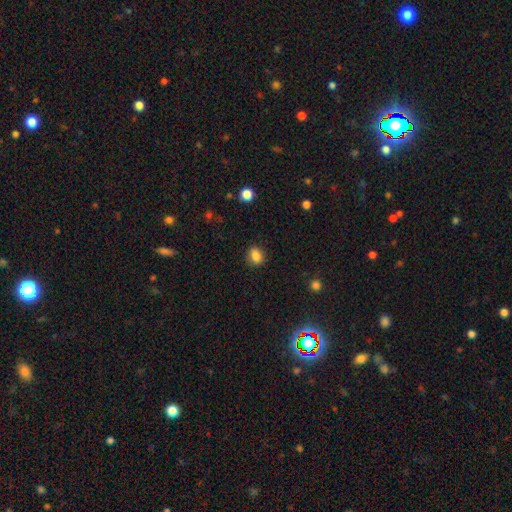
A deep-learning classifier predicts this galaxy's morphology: The model was most divided on "how rounded": in between: 54%, round: 45%, cigar-shaped: 1%. More confident: merging — none (86%); smooth or featured — smooth (85%).